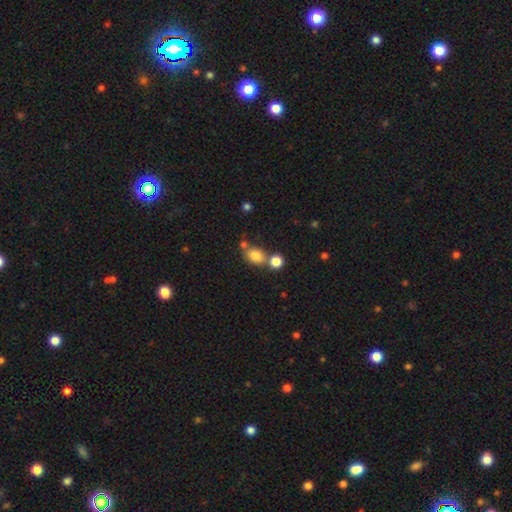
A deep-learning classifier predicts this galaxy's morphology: Overall: smooth (81%). How rounded: in between (60%; round 38%). Merging: none (54%; merger 29%).